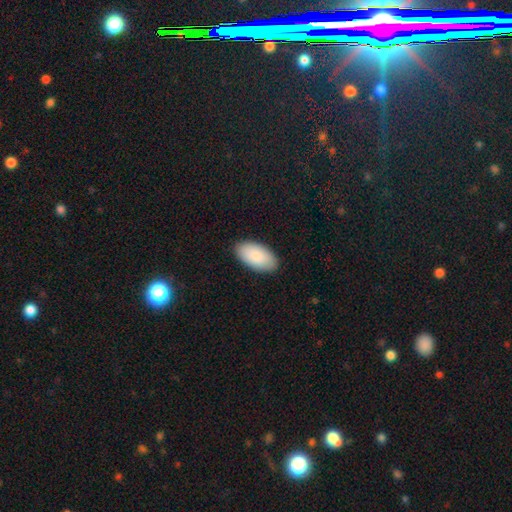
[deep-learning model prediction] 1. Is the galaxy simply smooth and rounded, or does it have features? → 89% smooth, 6% featured or disk, 5% star or artifact.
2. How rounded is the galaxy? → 96% in between, 2% cigar-shaped, 2% round.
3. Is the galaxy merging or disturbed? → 89% none, 9% minor disturbance, 2% major disturbance, 1% merger.